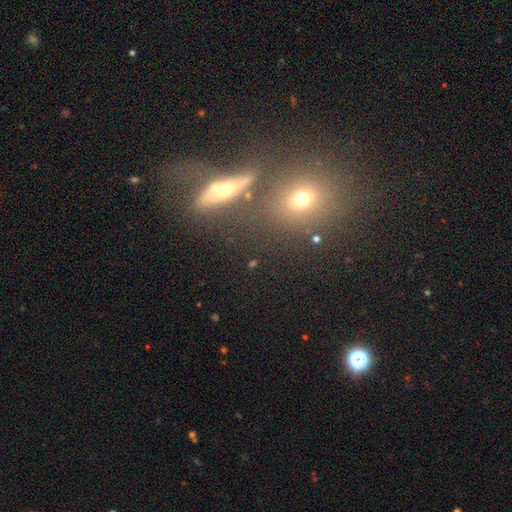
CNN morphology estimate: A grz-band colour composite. It shows a featured or disk galaxy (40%). Merging: none (45%).